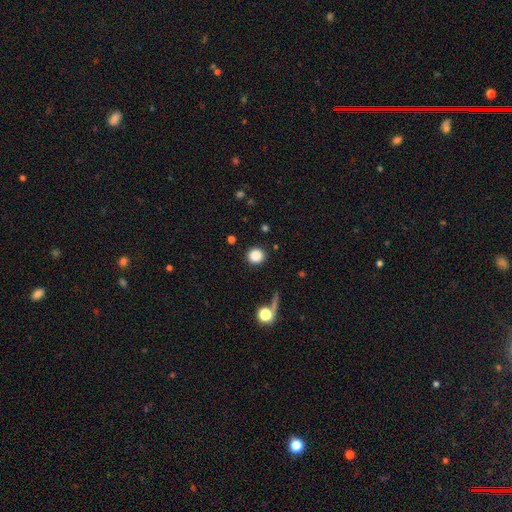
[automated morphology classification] Q: Smooth or featured?
A: smooth (85%); runner-up: star or artifact (11%)
Q: How rounded?
A: round (93%); runner-up: in between (6%)
Q: Merging?
A: none (89%); runner-up: minor disturbance (6%)